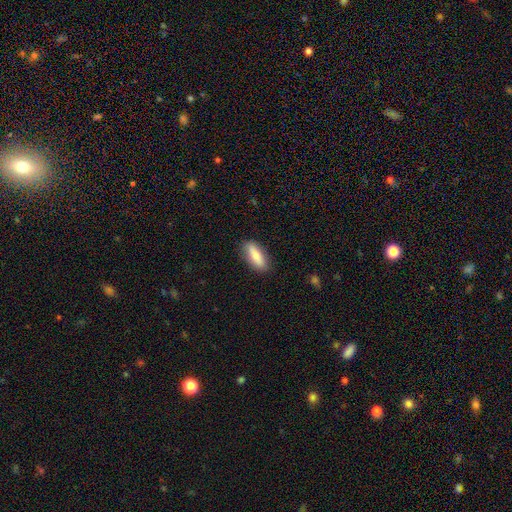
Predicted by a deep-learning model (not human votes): This appears to be a smooth galaxy with no disk features (80%) that is in between round and cigar-shaped (68%). Merging: none (86%).